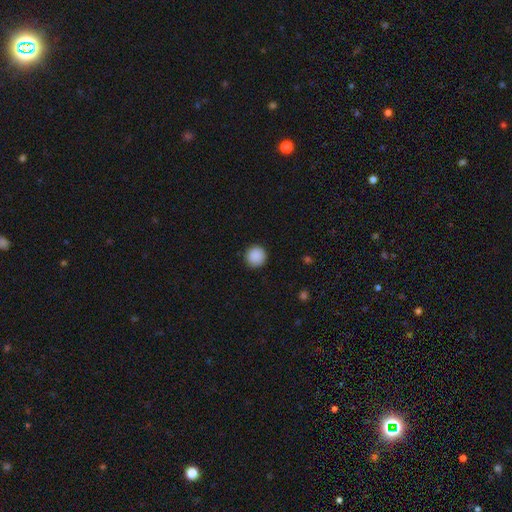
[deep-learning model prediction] Q: Smooth or featured?
A: smooth (89%); runner-up: star or artifact (9%)
Q: How rounded?
A: round (95%); runner-up: in between (4%)
Q: Merging?
A: none (92%); runner-up: minor disturbance (6%)